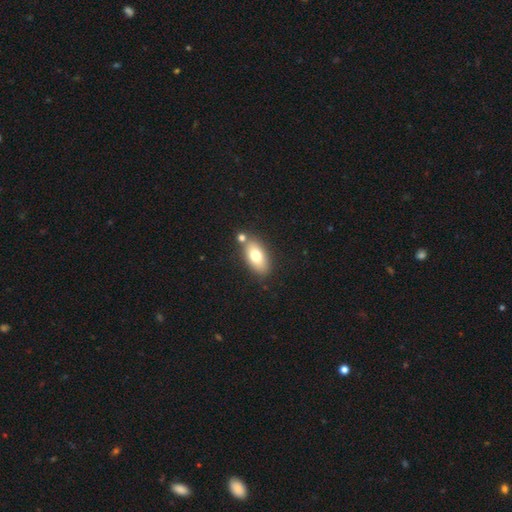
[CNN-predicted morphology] A smooth galaxy with no disk features (73%) that is in between round and cigar-shaped (88%).

Vote fractions:
- Smooth or featured? smooth: 73% / featured or disk: 19% / star or artifact: 8%
- How rounded? in between: 88% / round: 6% / cigar-shaped: 6%
- Merging? none: 71% / merger: 15% / minor disturbance: 11% / major disturbance: 3%